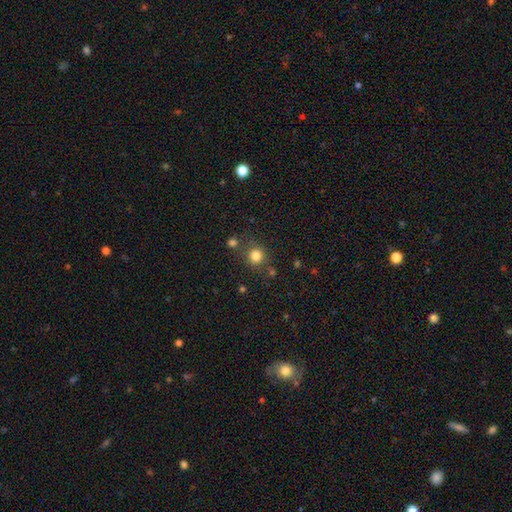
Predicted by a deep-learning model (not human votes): Smooth or featured? Predicted: smooth (p=0.81). How rounded? Predicted: round (p=0.90). Merging? Predicted: none (p=0.76).